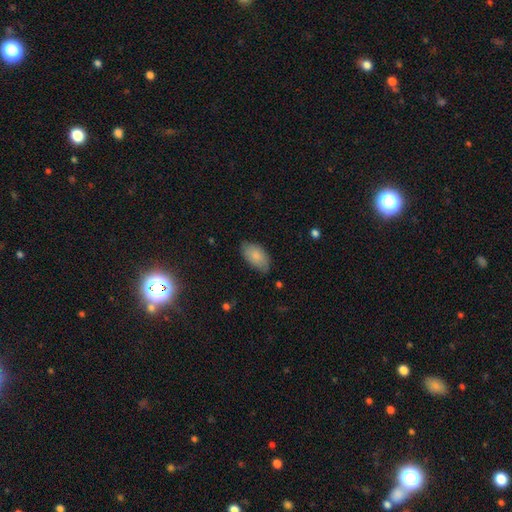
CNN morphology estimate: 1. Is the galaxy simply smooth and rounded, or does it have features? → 84% smooth, 10% featured or disk, 6% star or artifact.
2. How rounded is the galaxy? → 95% in between, 3% round, 2% cigar-shaped.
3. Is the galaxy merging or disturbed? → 75% none, 20% minor disturbance, 4% major disturbance, 1% merger.